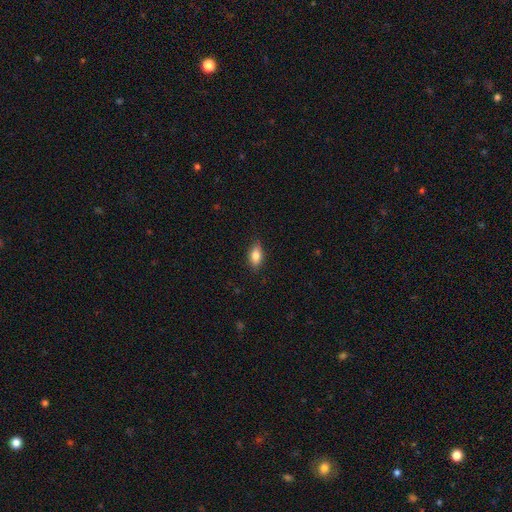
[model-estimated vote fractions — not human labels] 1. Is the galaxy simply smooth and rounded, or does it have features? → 82% smooth, 10% featured or disk, 8% star or artifact.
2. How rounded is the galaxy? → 87% in between, 7% cigar-shaped, 6% round.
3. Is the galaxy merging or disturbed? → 85% none, 12% minor disturbance, 2% major disturbance, 1% merger.